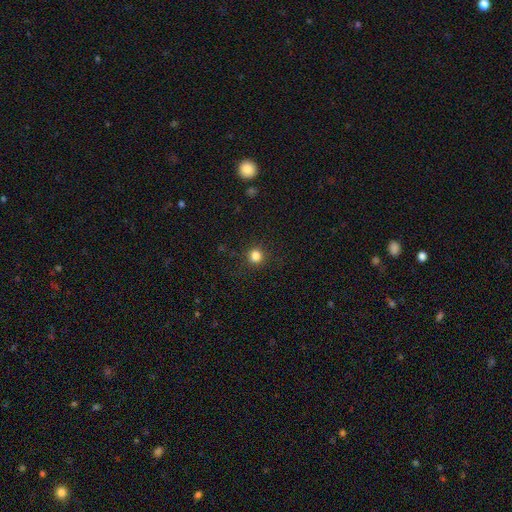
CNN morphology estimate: smooth_or_featured: smooth (p=0.83) [alt: star or artifact p=0.13]
how_rounded: round (p=0.92) [alt: in between p=0.07]
merging: none (p=0.89) [alt: minor disturbance p=0.07]